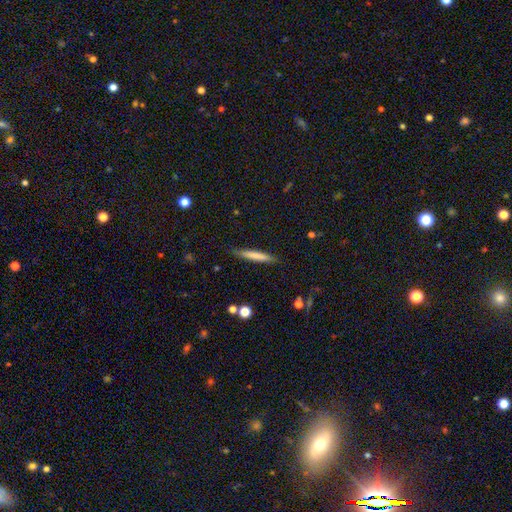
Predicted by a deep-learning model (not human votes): Smooth or featured? Predicted: smooth (p=0.73). How rounded? Predicted: cigar-shaped (p=0.94). Merging? Predicted: none (p=0.86).